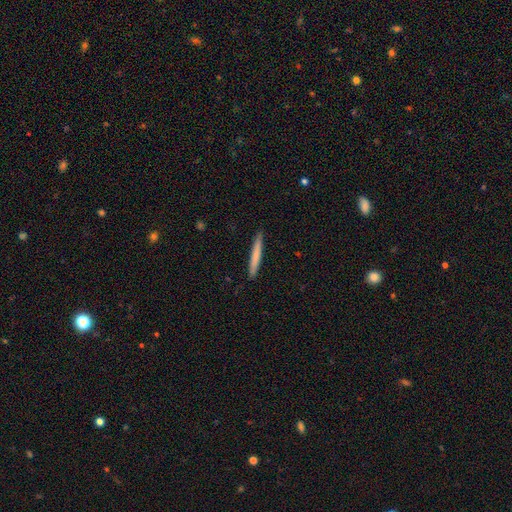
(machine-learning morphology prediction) Smooth or featured: smooth — 71% (featured or disk — 24%)
How rounded: cigar-shaped — 97% (in between — 2%)
Merging: none — 91% (minor disturbance — 7%)